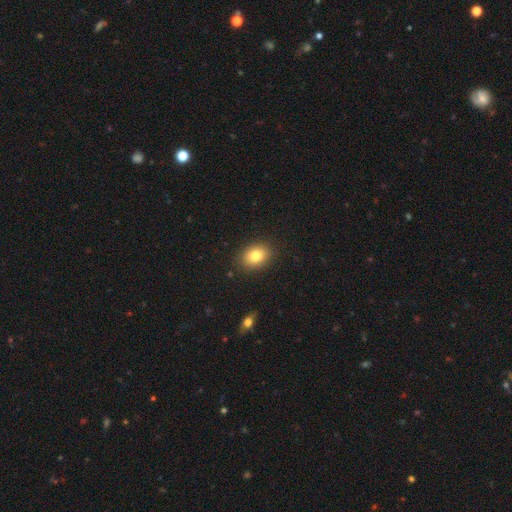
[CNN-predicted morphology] smooth 80%, star or artifact 10%, featured or disk 10%. Down the decision tree: how rounded — in between (65%); merging — none (88%).